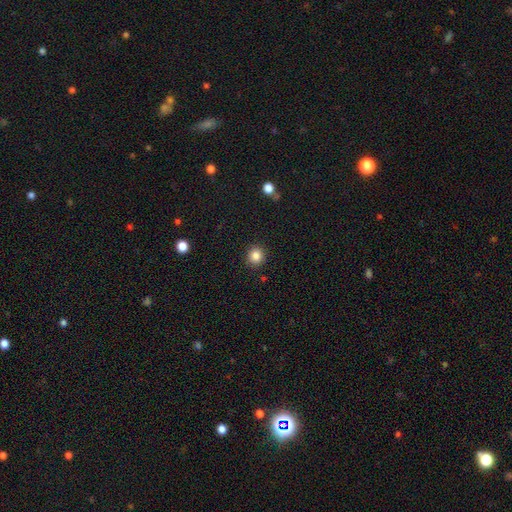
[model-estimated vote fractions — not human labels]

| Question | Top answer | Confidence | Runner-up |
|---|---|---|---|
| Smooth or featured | smooth | 85% | star or artifact (11%) |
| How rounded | round | 90% | in between (9%) |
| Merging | none | 91% | minor disturbance (6%) |